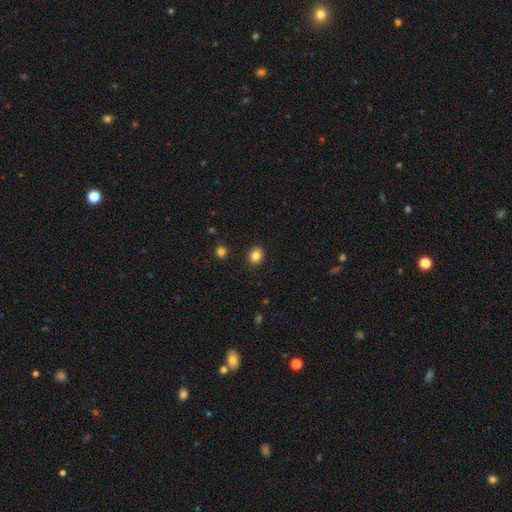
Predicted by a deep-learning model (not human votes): The model was most divided on "how rounded": in between: 62%, round: 37%, cigar-shaped: 1%. More confident: merging — none (90%); smooth or featured — smooth (84%).